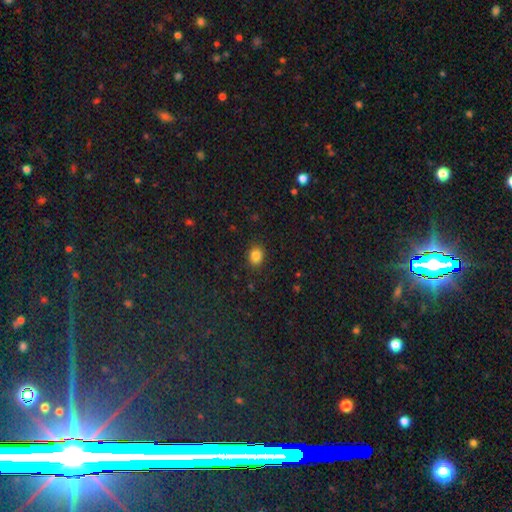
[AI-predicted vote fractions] Smooth or featured? Predicted: smooth (p=0.84). How rounded? Predicted: round (p=0.57). Merging? Predicted: none (p=0.88).